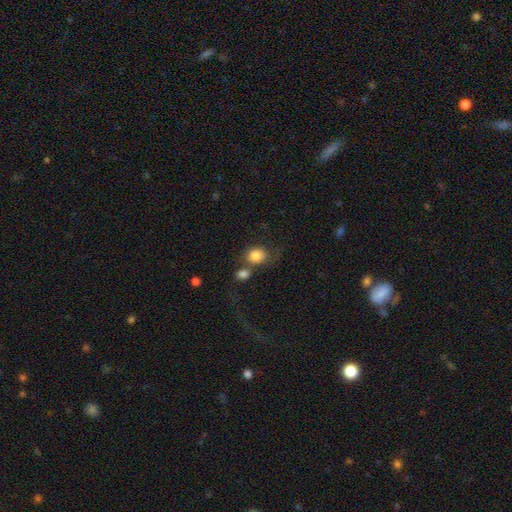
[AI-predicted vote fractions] Morphology: type=smooth (81%); roundness=round (70%); merging=none (43%).